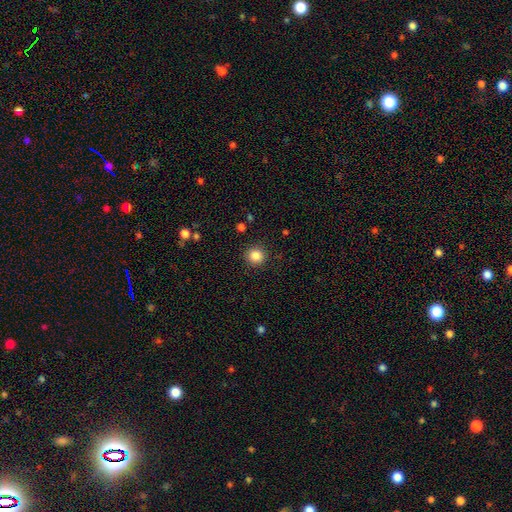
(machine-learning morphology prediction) A smooth galaxy with no disk features (86%) that is round (93%). Merging: none (91%).